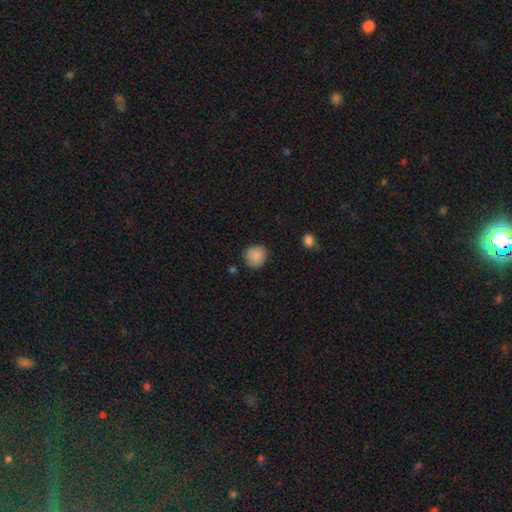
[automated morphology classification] Smooth or featured?
  - smooth: 88% *
  - star or artifact: 8%
  - featured or disk: 4%
How rounded?
  - round: 88% *
  - in between: 11%
  - cigar-shaped: 1%
Merging?
  - none: 85% *
  - minor disturbance: 10%
  - major disturbance: 3%
  - merger: 2%